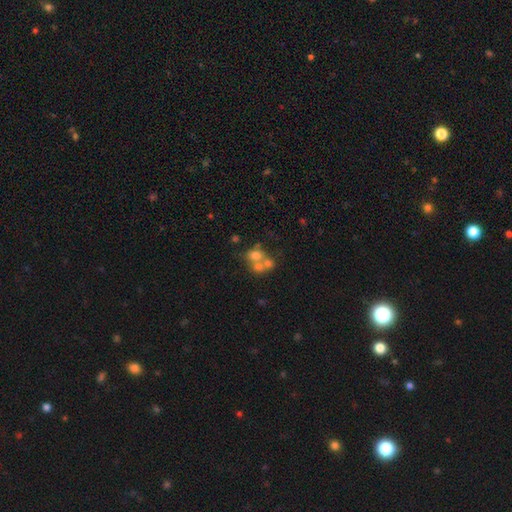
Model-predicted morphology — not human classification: The model was most divided on "how rounded": round: 64%, in between: 35%, cigar-shaped: 1%. More confident: merging — merger (60%); smooth or featured — smooth (57%).